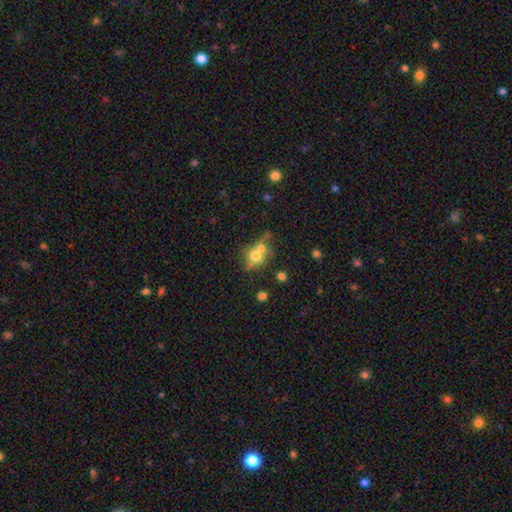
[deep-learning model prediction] smooth_or_featured: smooth (p=0.67) [alt: featured or disk p=0.21]
how_rounded: round (p=0.70) [alt: in between p=0.29]
merging: merger (p=0.54) [alt: none p=0.31]